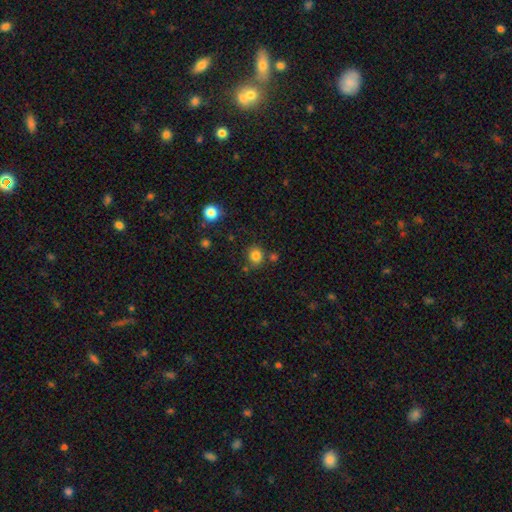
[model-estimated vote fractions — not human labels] smooth 82%, star or artifact 12%, featured or disk 5%. Down the decision tree: how rounded — round (81%); merging — none (78%).